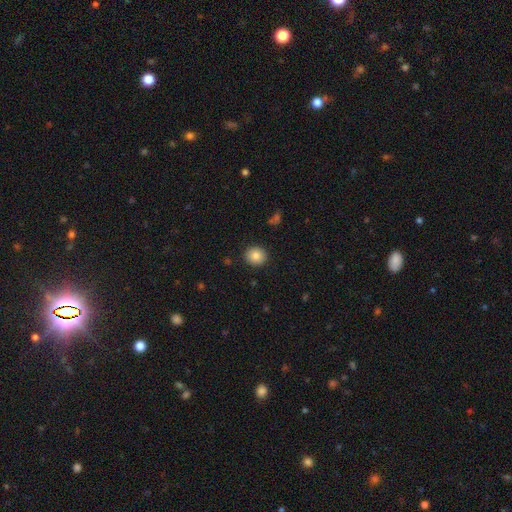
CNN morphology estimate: smooth-or-featured: smooth: 84% | star or artifact: 9% | featured or disk: 7%
  how-rounded: round: 84% | in between: 15% | cigar-shaped: 1%
  merging: none: 90% | minor disturbance: 7% | major disturbance: 2% | merger: 1%